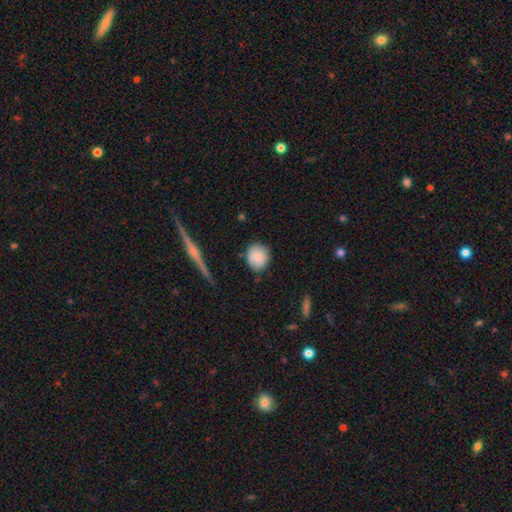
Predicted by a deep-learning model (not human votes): Smooth or featured: smooth — 85% (star or artifact — 8%)
How rounded: round — 80% (in between — 18%)
Merging: none — 80% (minor disturbance — 15%)